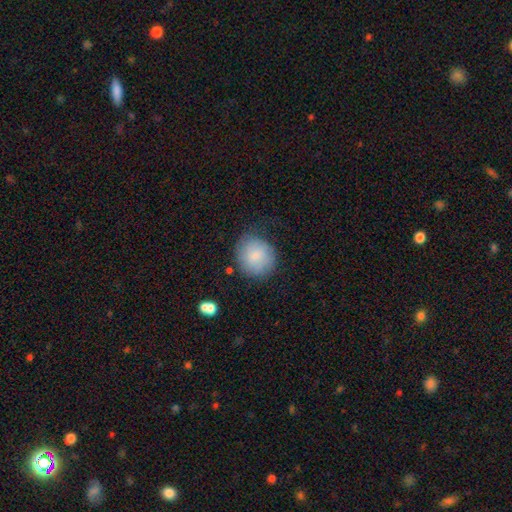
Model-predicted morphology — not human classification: smooth 78%, featured or disk 15%, star or artifact 7%. Down the decision tree: how rounded — round (85%); merging — none (69%).